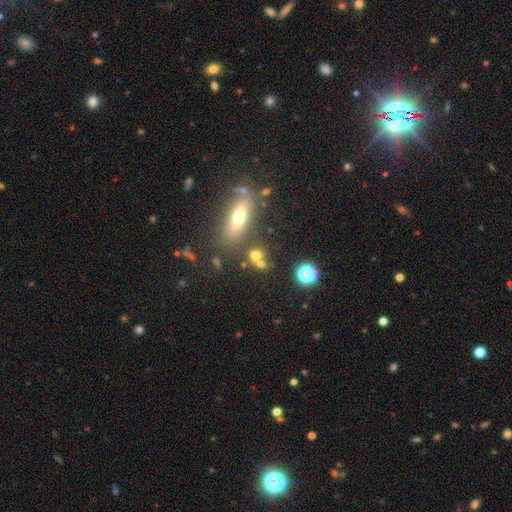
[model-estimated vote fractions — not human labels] A smooth galaxy with no disk features (63%) that is round (64%).

Vote fractions:
- Smooth or featured? smooth: 63% / star or artifact: 22% / featured or disk: 15%
- How rounded? round: 64% / in between: 30% / cigar-shaped: 6%
- Merging? none: 50% / merger: 33% / minor disturbance: 10% / major disturbance: 6%